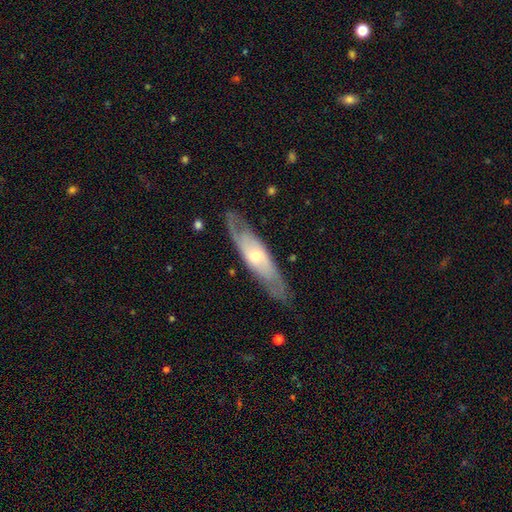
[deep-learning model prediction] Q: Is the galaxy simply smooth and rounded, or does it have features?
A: featured or disk — 68%.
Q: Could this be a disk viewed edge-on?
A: no — 61%.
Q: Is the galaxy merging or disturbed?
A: none — 79%.